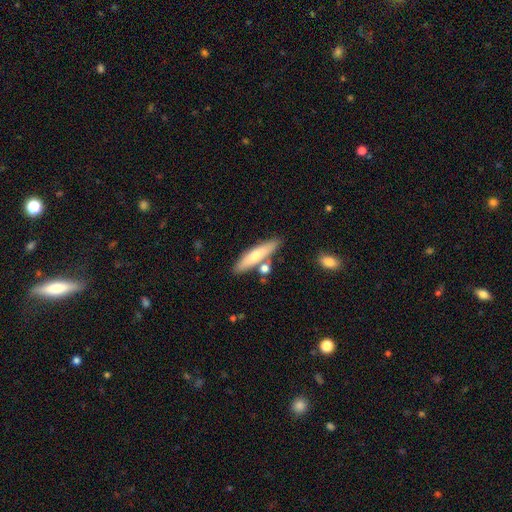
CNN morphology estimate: The model was most divided on "smooth or featured": smooth: 63%, featured or disk: 31%, star or artifact: 6%. More confident: how rounded — cigar-shaped (77%); merging — none (74%).